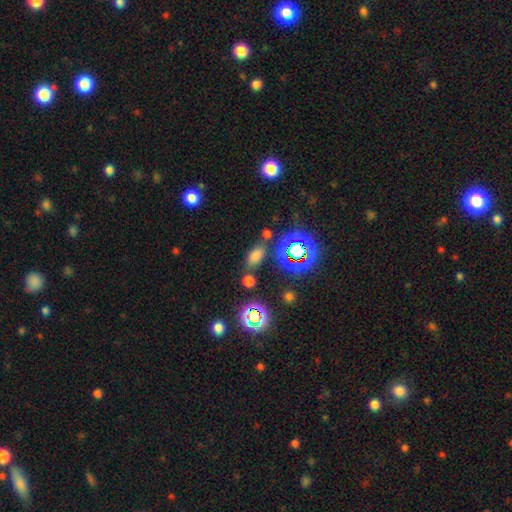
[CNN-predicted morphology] Q: Smooth or featured?
A: smooth (67%); runner-up: star or artifact (25%)
Q: How rounded?
A: in between (84%); runner-up: round (10%)
Q: Merging?
A: none (72%); runner-up: minor disturbance (13%)